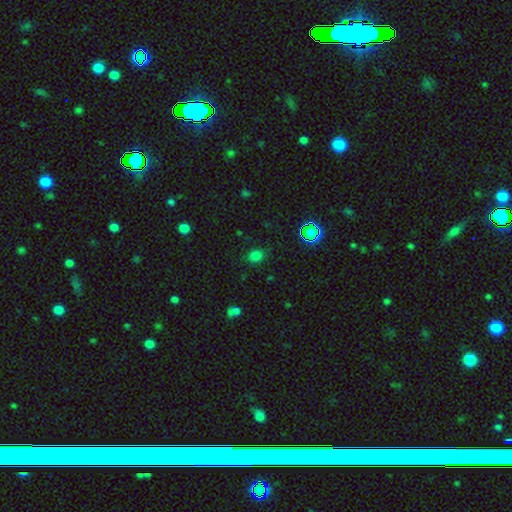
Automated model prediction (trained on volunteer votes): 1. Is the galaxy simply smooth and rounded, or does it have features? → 73% smooth, 22% star or artifact, 6% featured or disk.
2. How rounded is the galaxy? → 65% round, 34% in between, 1% cigar-shaped.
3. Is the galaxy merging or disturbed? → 80% none, 14% minor disturbance, 4% major disturbance, 2% merger.